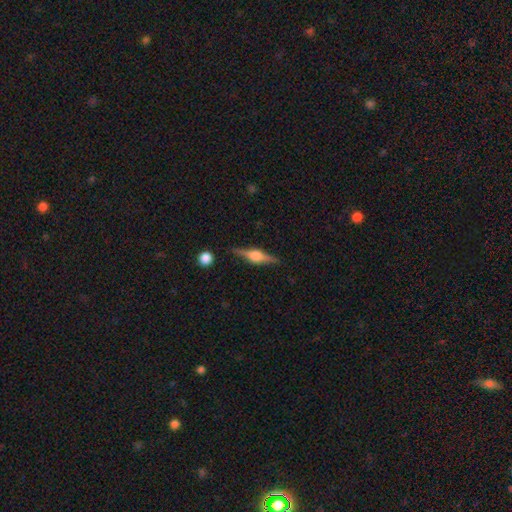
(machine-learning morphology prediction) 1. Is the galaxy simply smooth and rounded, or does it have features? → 79% featured or disk, 14% smooth, 6% star or artifact.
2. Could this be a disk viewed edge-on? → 98% yes, 2% no.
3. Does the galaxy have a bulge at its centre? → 88% rounded, 11% boxy, 2% none.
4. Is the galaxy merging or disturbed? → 87% none, 9% minor disturbance, 2% major disturbance, 2% merger.